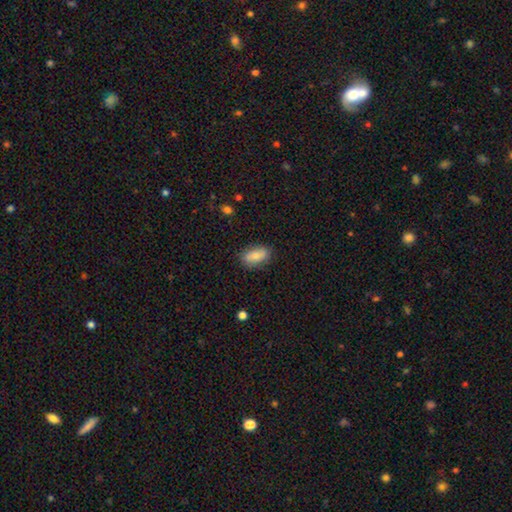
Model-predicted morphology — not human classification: This appears to be a smooth galaxy with no disk features (75%) that is in between round and cigar-shaped (88%). Merging: none (83%).